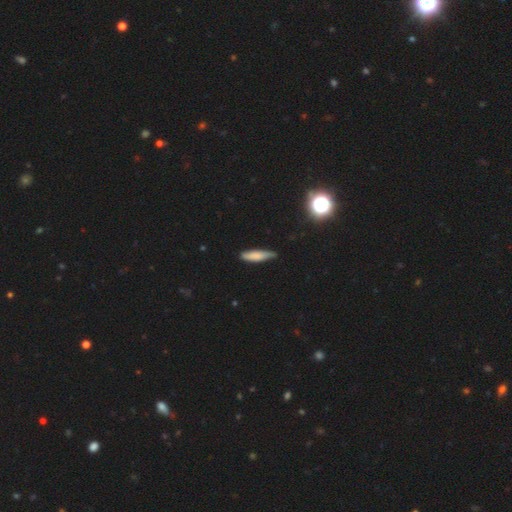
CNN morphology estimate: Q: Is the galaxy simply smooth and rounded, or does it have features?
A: smooth — 73%.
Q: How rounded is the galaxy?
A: cigar-shaped — 76%.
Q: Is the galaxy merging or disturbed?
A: none — 73%.